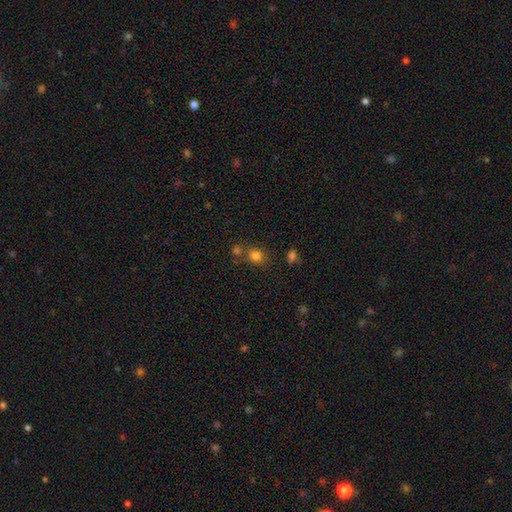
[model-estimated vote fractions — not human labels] A smooth galaxy with no disk features (79%) that is round (70%). Merging: none (63%).